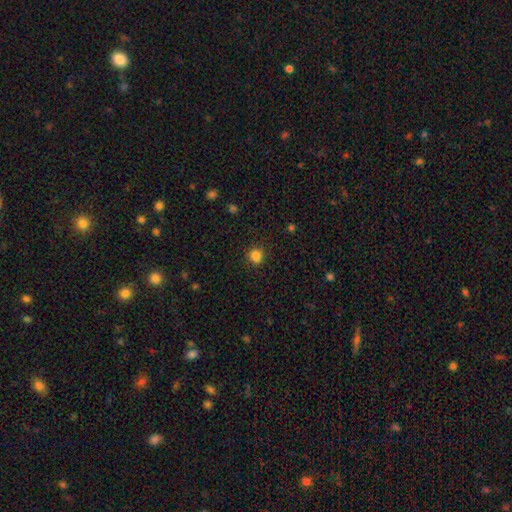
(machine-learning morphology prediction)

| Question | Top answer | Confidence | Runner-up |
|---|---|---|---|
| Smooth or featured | smooth | 85% | star or artifact (12%) |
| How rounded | round | 84% | in between (15%) |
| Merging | none | 89% | minor disturbance (8%) |